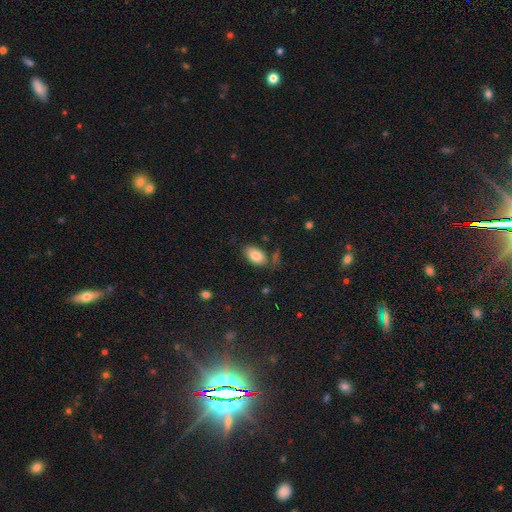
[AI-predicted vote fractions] Smooth or featured?
  - smooth: 85% *
  - featured or disk: 8%
  - star or artifact: 7%
How rounded?
  - in between: 93% *
  - round: 5%
  - cigar-shaped: 2%
Merging?
  - none: 70% *
  - minor disturbance: 19%
  - major disturbance: 6%
  - merger: 5%